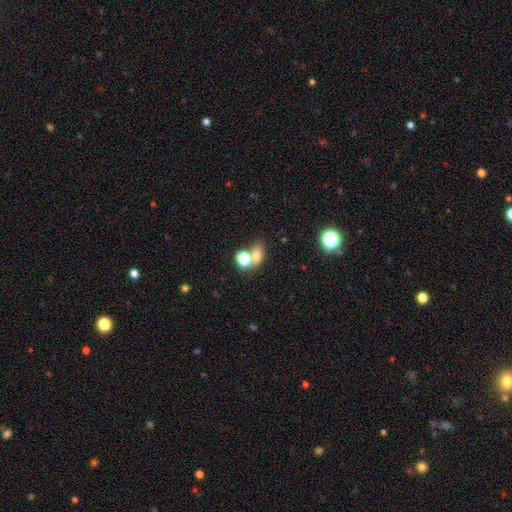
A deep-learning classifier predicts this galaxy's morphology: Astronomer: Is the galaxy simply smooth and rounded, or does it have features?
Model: smooth — 69%.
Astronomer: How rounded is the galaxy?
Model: in between — 64%.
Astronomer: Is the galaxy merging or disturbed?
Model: none — 50% (runner-up: merger, 36%).